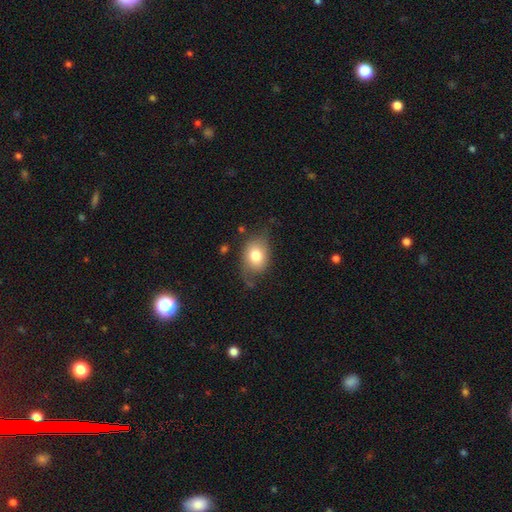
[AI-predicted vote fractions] A smooth galaxy with no disk features (75%) that is in between round and cigar-shaped (69%).

Vote fractions:
- Smooth or featured? smooth: 75% / featured or disk: 17% / star or artifact: 8%
- How rounded? in between: 69% / round: 30% / cigar-shaped: 1%
- Merging? none: 56% / minor disturbance: 30% / major disturbance: 11% / merger: 3%